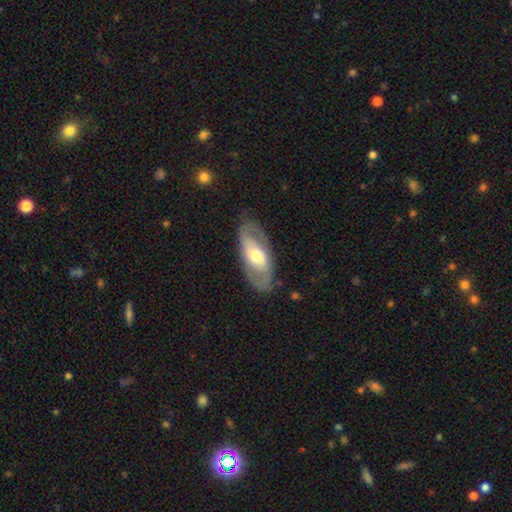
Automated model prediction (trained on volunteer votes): The model was most divided on "bar": no: 49%, weak: 32%, strong: 18%. More confident: edge-on disk — no (89%); merging — none (80%); bulge size — moderate (66%); smooth or featured — featured or disk (64%); spiral arms — yes (61%).